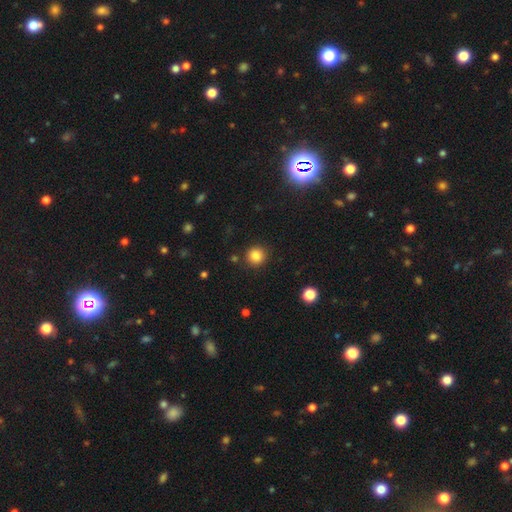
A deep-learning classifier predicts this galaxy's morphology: Q: Smooth or featured?
A: smooth (85%); runner-up: star or artifact (11%)
Q: How rounded?
A: round (93%); runner-up: in between (6%)
Q: Merging?
A: none (89%); runner-up: minor disturbance (7%)